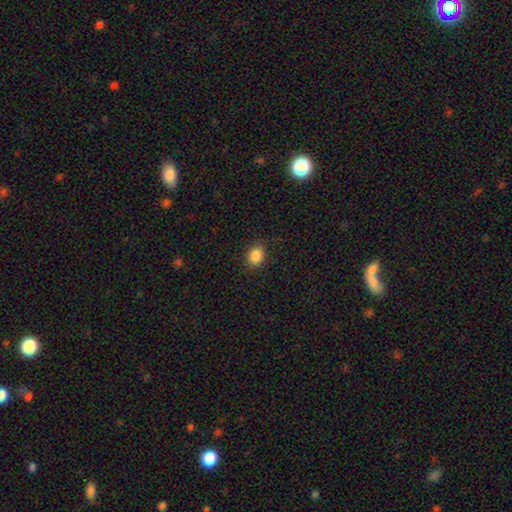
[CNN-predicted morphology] This is clearly a smooth galaxy (87%). How rounded: possibly round (53%). Merging: clearly none (86%).